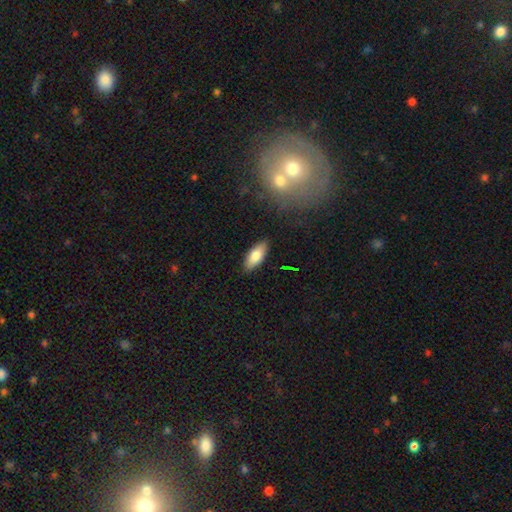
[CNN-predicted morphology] Smooth or featured? Predicted: smooth (p=0.78). How rounded? Predicted: in between (p=0.79). Merging? Predicted: none (p=0.88).